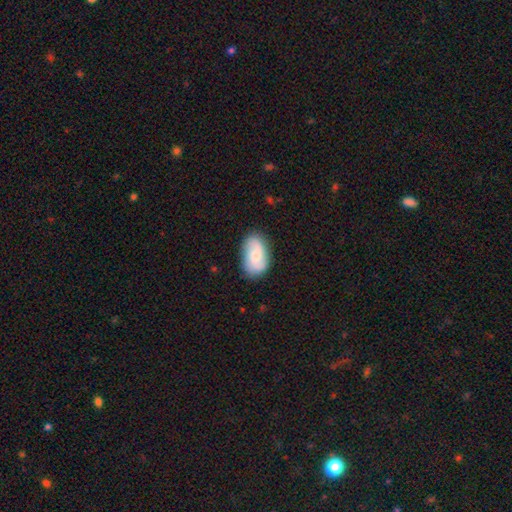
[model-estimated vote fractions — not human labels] A featured or disk galaxy (49%).

Vote fractions:
- Smooth or featured? featured or disk: 49% / smooth: 44% / star or artifact: 7%
- Merging? none: 80% / minor disturbance: 15% / major disturbance: 4% / merger: 1%